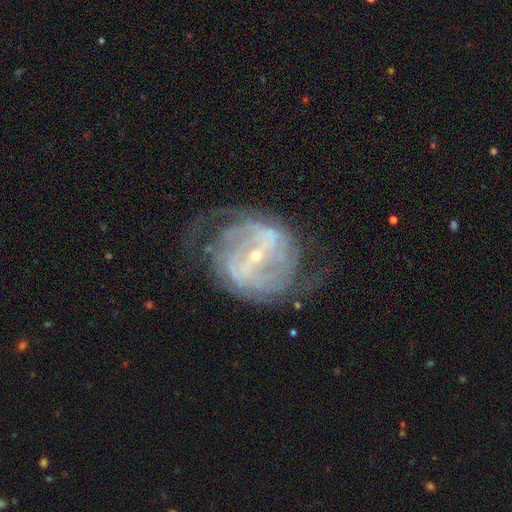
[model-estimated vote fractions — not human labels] Overall: featured or disk (89%). Edge-on disk: no (96%). Bar: strong (59%; weak 31%). Spiral arms: yes (93%). Spiral arm count: 2 (47%; can't tell 26%). Spiral winding: tight (47%; medium 39%). Bulge size: small (81%). Merging: none (67%).